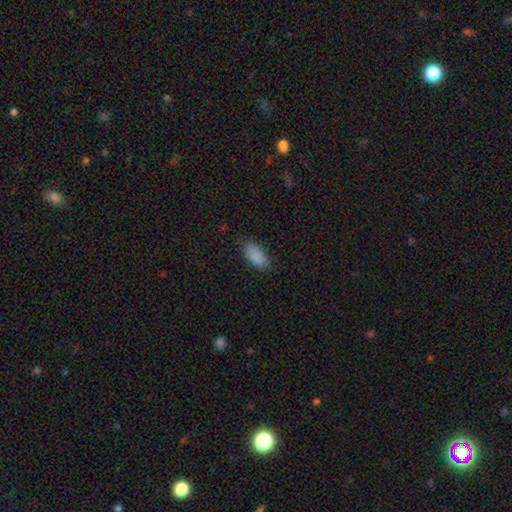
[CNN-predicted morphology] This appears to be a smooth galaxy with no disk features (88%) that is in between round and cigar-shaped (92%). Merging: none (81%).